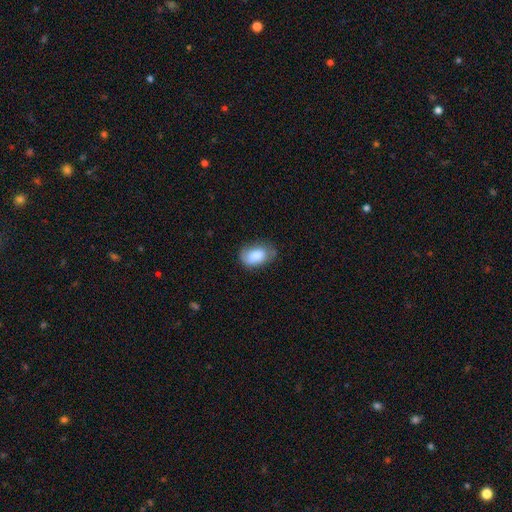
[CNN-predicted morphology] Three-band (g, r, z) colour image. It shows a smooth galaxy with no disk features (83%) that is in between round and cigar-shaped (89%). Merging: none (59%).